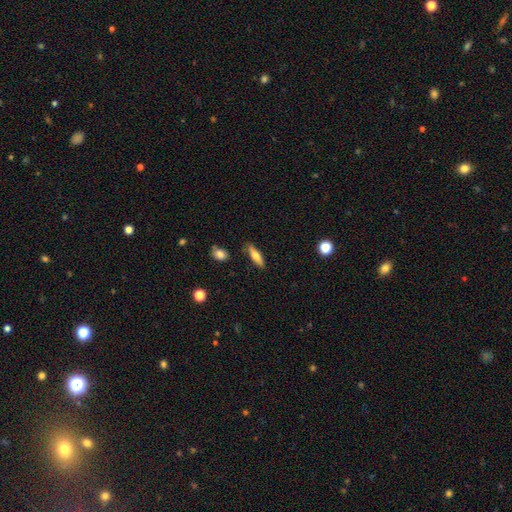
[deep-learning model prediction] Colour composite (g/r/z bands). It shows a smooth galaxy with no disk features (66%) that is cigar-shaped (56%). Merging: none (84%).